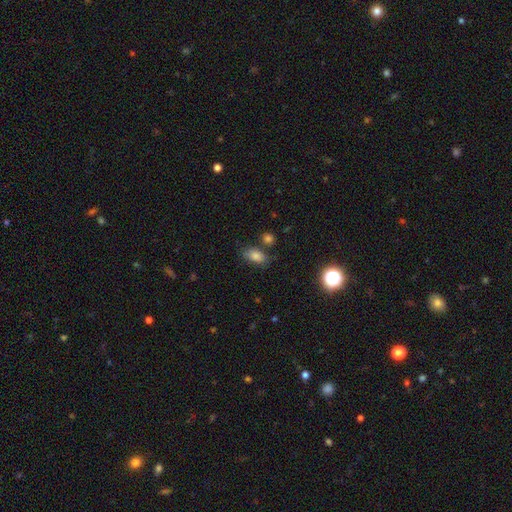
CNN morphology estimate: Smooth or featured? Predicted: smooth (p=0.80). How rounded? Predicted: in between (p=0.86). Merging? Predicted: none (p=0.69).